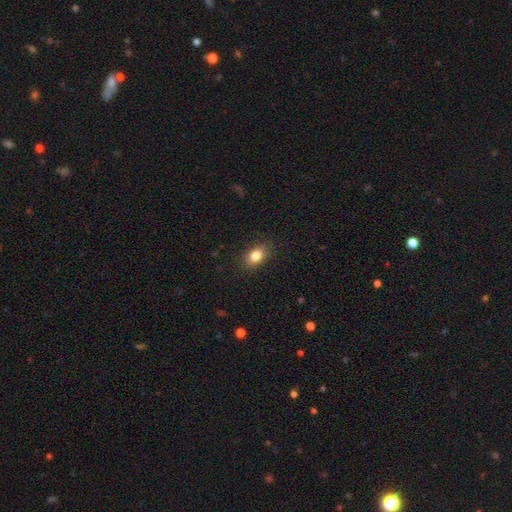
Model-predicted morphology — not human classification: smooth-or-featured: smooth: 82% | star or artifact: 9% | featured or disk: 9%
  how-rounded: in between: 81% | round: 17% | cigar-shaped: 2%
  merging: none: 87% | minor disturbance: 10% | major disturbance: 3% | merger: 1%